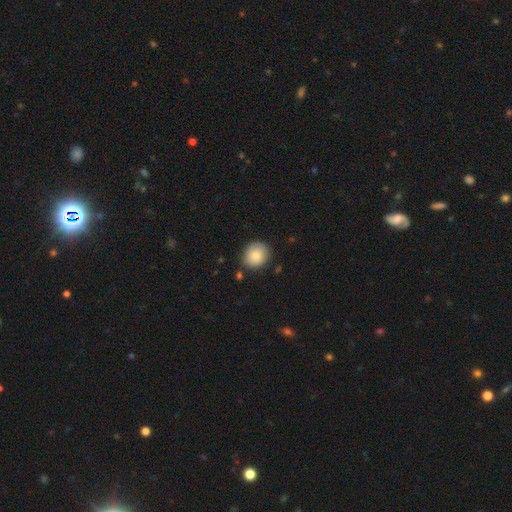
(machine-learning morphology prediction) smooth_or_featured: smooth (p=0.82) [alt: featured or disk p=0.10]
how_rounded: round (p=0.79) [alt: in between p=0.21]
merging: none (p=0.81) [alt: minor disturbance p=0.14]